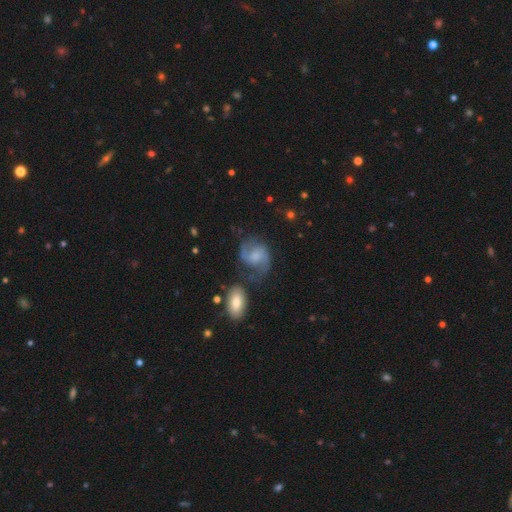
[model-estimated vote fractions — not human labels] Smooth or featured?
  - featured or disk: 73% *
  - smooth: 19%
  - star or artifact: 8%
Edge-on disk?
  - no: 97% *
  - yes: 3%
Bar?
  - no: 51% *
  - weak: 42%
  - strong: 8%
Spiral arms?
  - yes: 93% *
  - no: 7%
Spiral winding?
  - medium: 54% *
  - loose: 32%
  - tight: 15%
Spiral arm count?
  - 2: 89% *
  - can't tell: 5%
  - 1: 3%
  - 3: 1%
  - 4: 1%
  - more than 4: 1%
Bulge size?
  - moderate: 35% *
  - small: 31%
  - none: 21%
  - large: 11%
  - dominant: 2%
Merging?
  - none: 59% *
  - minor disturbance: 20%
  - major disturbance: 11%
  - merger: 10%